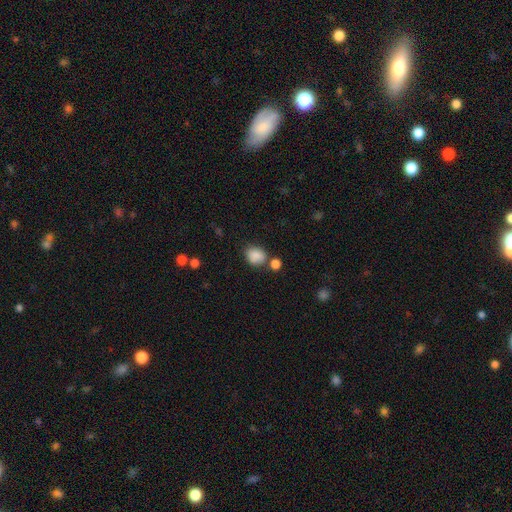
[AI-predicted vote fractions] smooth_or_featured: smooth (p=0.86) [alt: star or artifact p=0.09]
how_rounded: round (p=0.56) [alt: in between p=0.43]
merging: none (p=0.63) [alt: merger p=0.16]